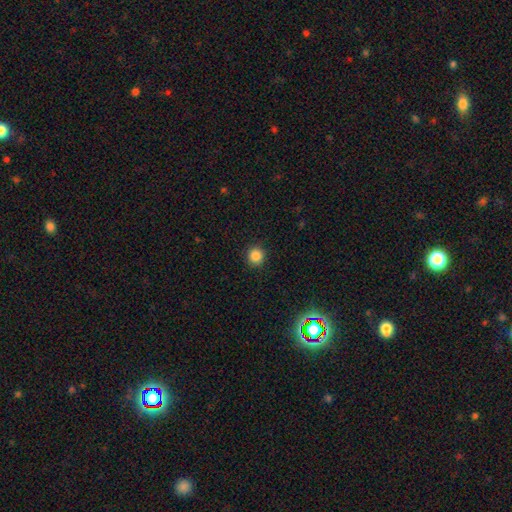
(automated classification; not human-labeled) This is clearly a smooth galaxy (85%). How rounded: clearly round (94%). Merging: clearly none (92%).